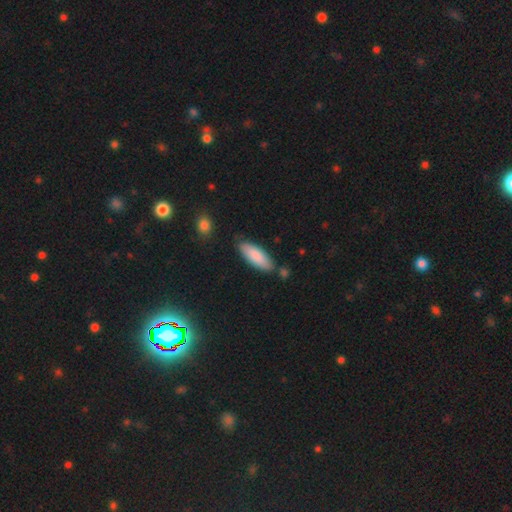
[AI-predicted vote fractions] smooth 86%, featured or disk 9%, star or artifact 5%. Down the decision tree: how rounded — in between (63%); merging — none (79%).